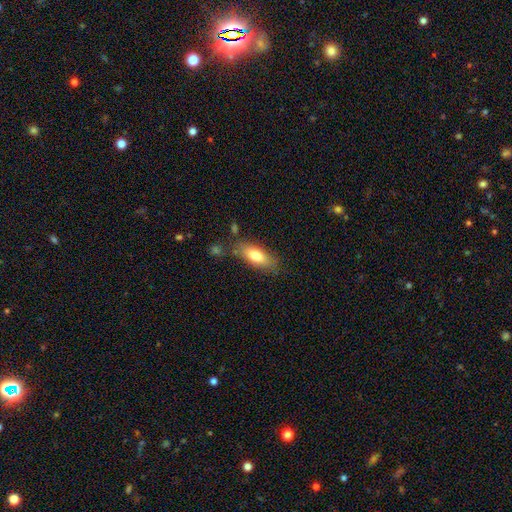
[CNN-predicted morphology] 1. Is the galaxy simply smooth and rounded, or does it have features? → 75% smooth, 18% featured or disk, 7% star or artifact.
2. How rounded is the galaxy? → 74% in between, 23% cigar-shaped, 3% round.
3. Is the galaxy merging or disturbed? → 74% none, 16% minor disturbance, 5% merger, 5% major disturbance.